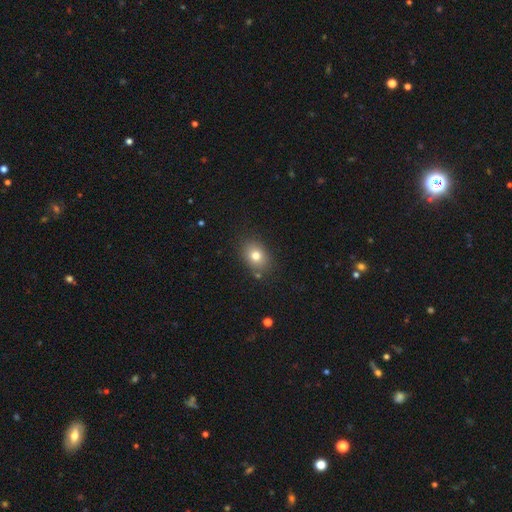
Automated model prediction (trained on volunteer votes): smooth-or-featured: smooth: 76% | featured or disk: 12% | star or artifact: 12%
  how-rounded: in between: 61% | round: 38% | cigar-shaped: 1%
  merging: none: 82% | minor disturbance: 12% | major disturbance: 3% | merger: 3%